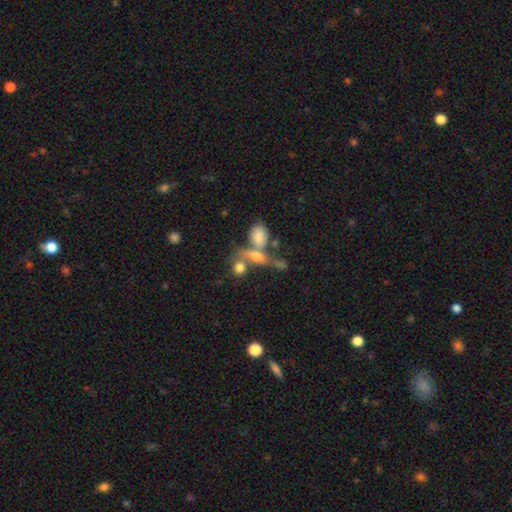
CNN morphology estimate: smooth_or_featured: smooth (p=0.39) [alt: star or artifact p=0.32]
merging: merger (p=0.44) [alt: none p=0.36]